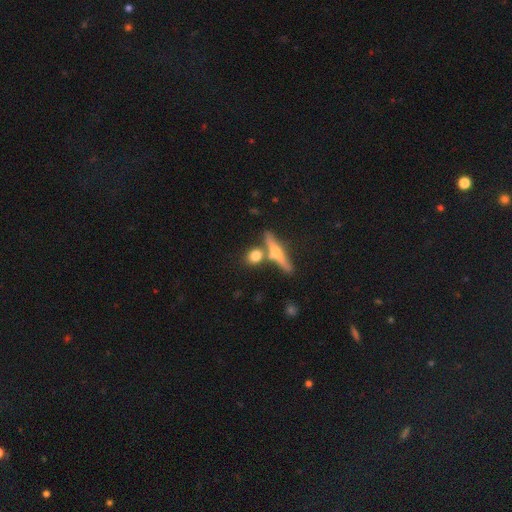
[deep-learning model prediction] The model was most divided on "how rounded": round: 55%, in between: 24%, cigar-shaped: 20%. More confident: smooth or featured — smooth (68%); merging — none (61%).